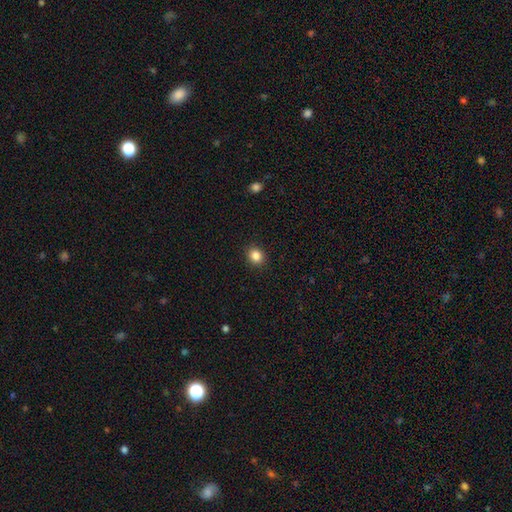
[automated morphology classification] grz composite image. It shows a smooth galaxy with no disk features (85%) that is round (79%). Merging: none (91%).